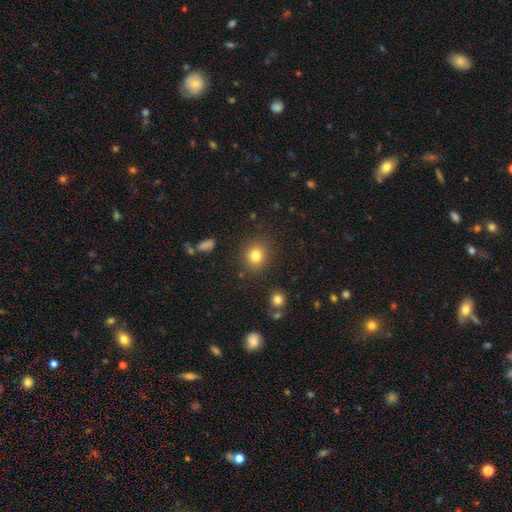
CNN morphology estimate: Overall: smooth (80%). How rounded: round (77%). Merging: none (85%).